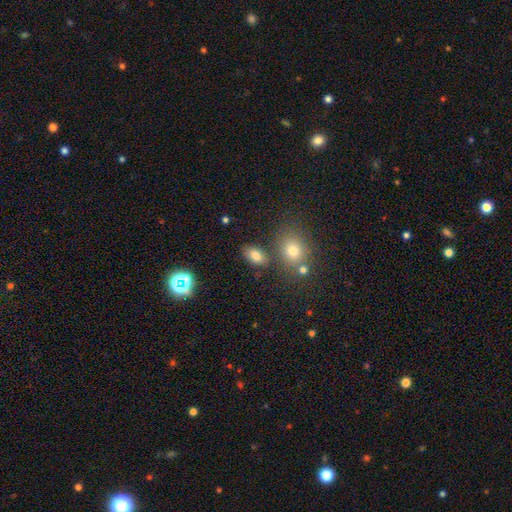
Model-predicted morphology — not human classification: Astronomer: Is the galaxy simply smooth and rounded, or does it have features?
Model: smooth — 79%.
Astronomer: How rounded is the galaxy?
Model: in between — 86%.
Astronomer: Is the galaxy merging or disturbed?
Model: none — 74%.